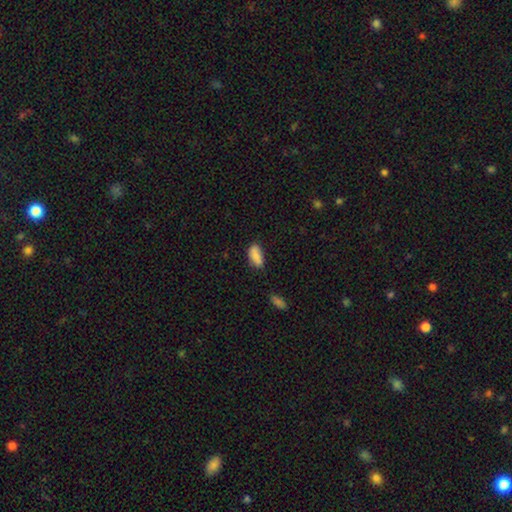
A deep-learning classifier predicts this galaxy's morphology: Smooth or featured?
  - smooth: 83% *
  - featured or disk: 10%
  - star or artifact: 8%
How rounded?
  - in between: 89% *
  - cigar-shaped: 8%
  - round: 3%
Merging?
  - none: 66% *
  - minor disturbance: 25%
  - major disturbance: 5%
  - merger: 4%